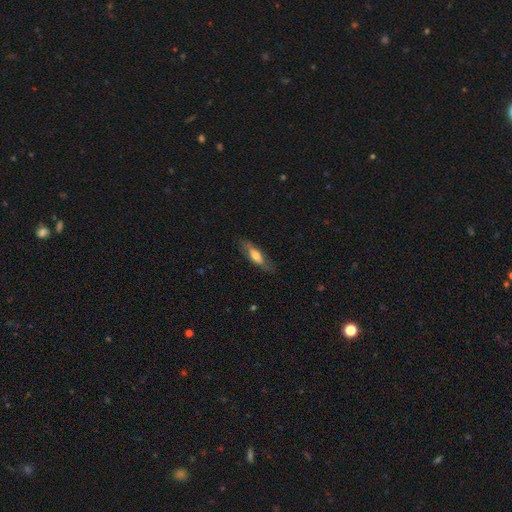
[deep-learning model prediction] Morphology: type=smooth (52%); roundness=cigar-shaped (51%); merging=none (79%).